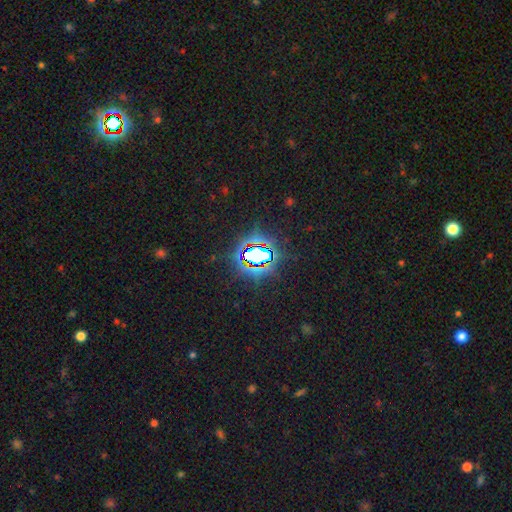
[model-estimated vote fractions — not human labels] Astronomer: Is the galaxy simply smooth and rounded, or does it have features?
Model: star or artifact — 75%.